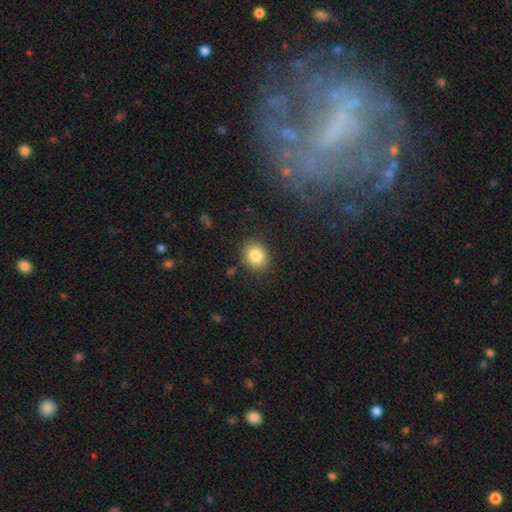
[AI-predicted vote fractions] Morphology: type=smooth (84%); roundness=round (55%); merging=none (86%).